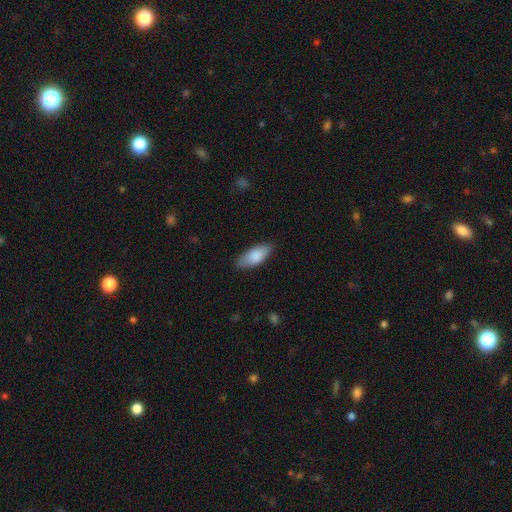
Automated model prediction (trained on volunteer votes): A smooth galaxy with no disk features (85%) that is in between round and cigar-shaped (83%).

Vote fractions:
- Smooth or featured? smooth: 85% / featured or disk: 9% / star or artifact: 6%
- How rounded? in between: 83% / cigar-shaped: 15% / round: 2%
- Merging? none: 82% / minor disturbance: 15% / major disturbance: 3% / merger: 1%